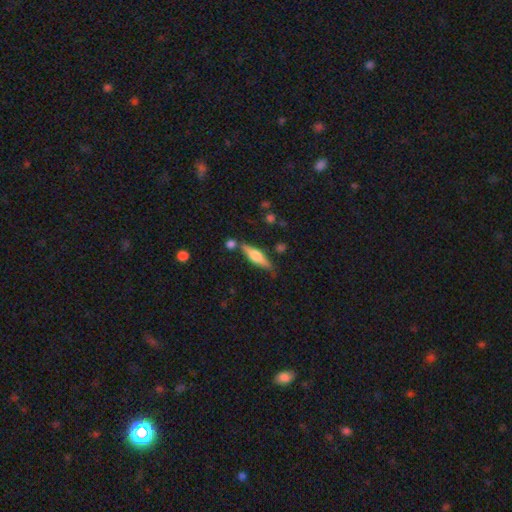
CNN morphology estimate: A featured or disk galaxy (57%) viewed edge-on (95%) with a rounded central bulge (89%).

Vote fractions:
- Smooth or featured? featured or disk: 57% / smooth: 37% / star or artifact: 6%
- Edge-on disk? yes: 95% / no: 5%
- Edge-on bulge? rounded: 89% / boxy: 8% / none: 3%
- Merging? none: 77% / minor disturbance: 13% / merger: 7% / major disturbance: 3%